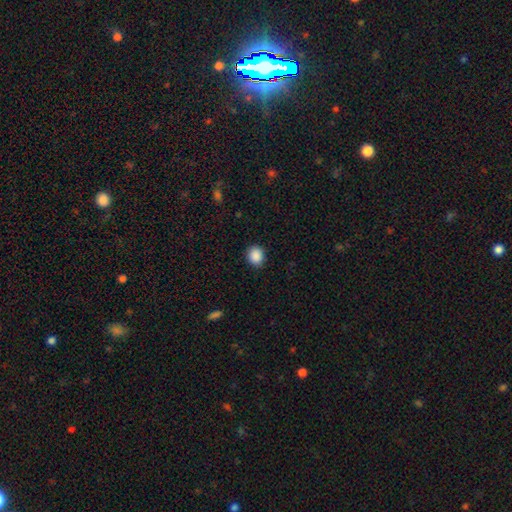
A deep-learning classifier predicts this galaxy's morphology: A smooth galaxy with no disk features (89%) that is round (70%).

Vote fractions:
- Smooth or featured? smooth: 89% / star or artifact: 8% / featured or disk: 3%
- How rounded? round: 70% / in between: 29% / cigar-shaped: 1%
- Merging? none: 87% / minor disturbance: 9% / major disturbance: 2% / merger: 1%